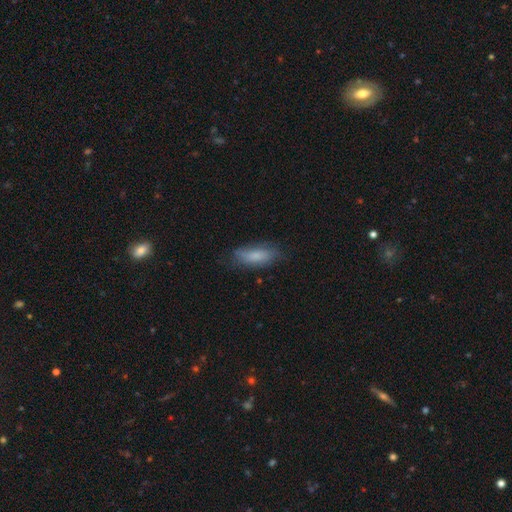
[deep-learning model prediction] The model was most divided on "how rounded": in between: 67%, cigar-shaped: 31%, round: 2%. More confident: smooth or featured — smooth (78%); merging — none (72%).